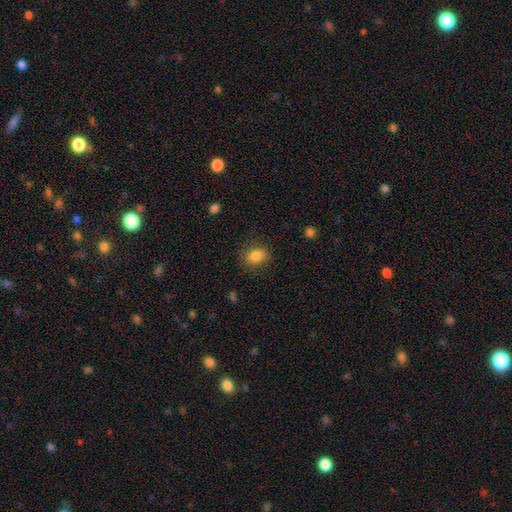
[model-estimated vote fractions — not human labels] smooth-or-featured: smooth: 84% | star or artifact: 9% | featured or disk: 7%
  how-rounded: in between: 62% | round: 37% | cigar-shaped: 1%
  merging: none: 80% | minor disturbance: 14% | major disturbance: 5% | merger: 1%